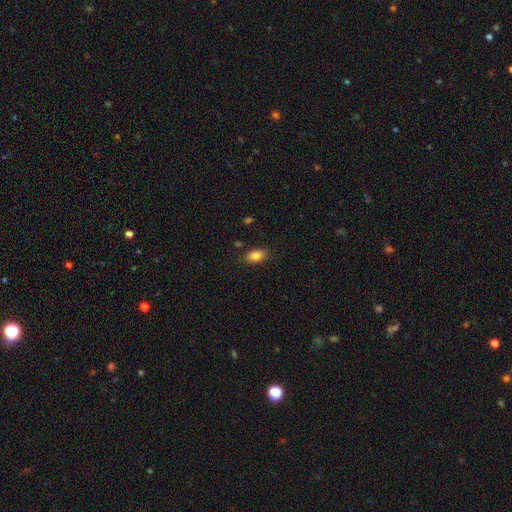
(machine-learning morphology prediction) smooth 84%, star or artifact 9%, featured or disk 7%. Down the decision tree: how rounded — in between (88%); merging — none (83%).